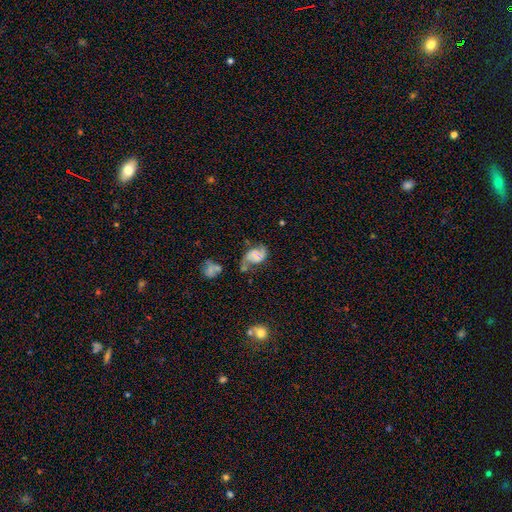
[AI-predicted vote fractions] Morphology: type=featured or disk (58%); edge-on=no (97%); bar=no (50%); spiral arms=yes (84%); bulge=none (45%); merging=none (40%).